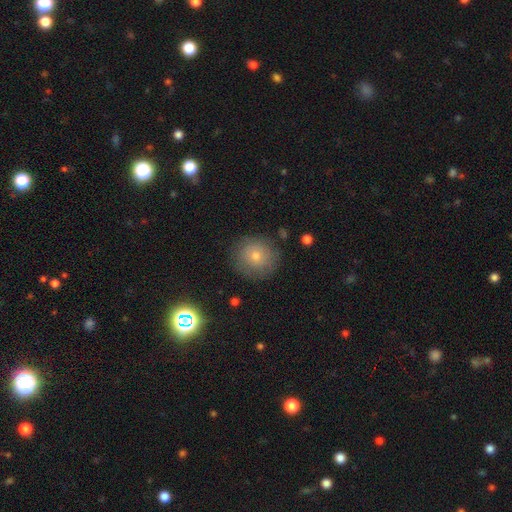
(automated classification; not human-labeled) The model was most divided on "smooth or featured": smooth: 64%, featured or disk: 19%, star or artifact: 17%. More confident: how rounded — round (92%); merging — none (84%).